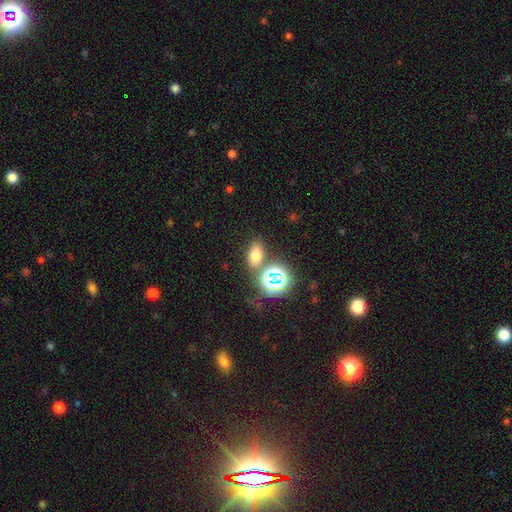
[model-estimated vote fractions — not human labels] A smooth galaxy with no disk features (67%) that is in between round and cigar-shaped (76%).

Vote fractions:
- Smooth or featured? smooth: 67% / star or artifact: 25% / featured or disk: 8%
- How rounded? in between: 76% / round: 21% / cigar-shaped: 3%
- Merging? none: 73% / merger: 13% / minor disturbance: 10% / major disturbance: 4%